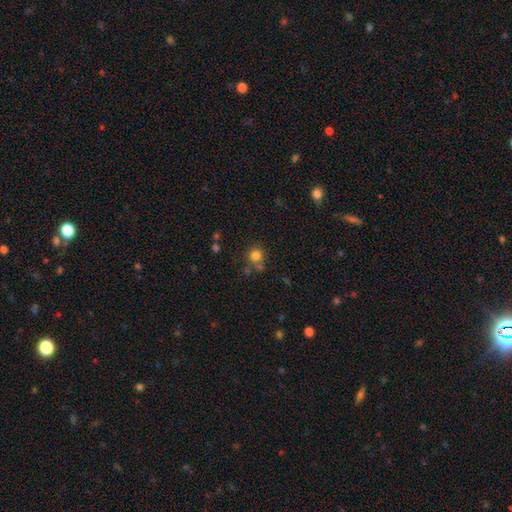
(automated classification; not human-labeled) A smooth galaxy with no disk features (79%) that is round (91%). Merging: none (69%).